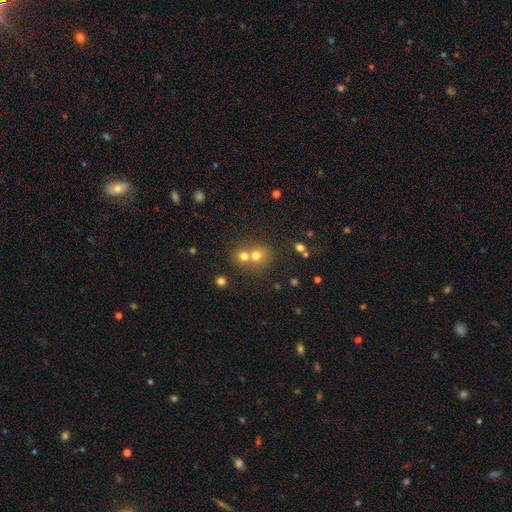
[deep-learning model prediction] smooth 69%, star or artifact 17%, featured or disk 14%. Down the decision tree: how rounded — round (80%); merging — merger (52%).